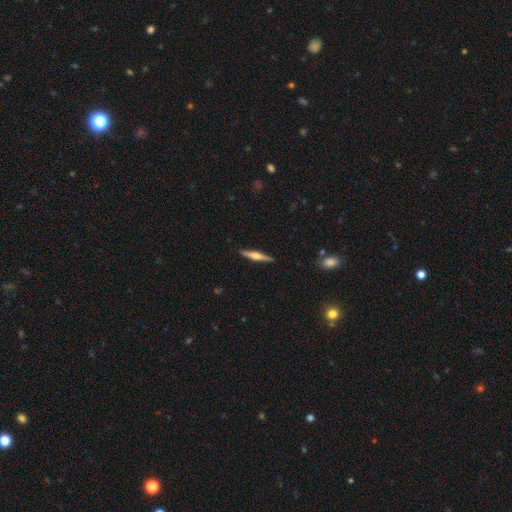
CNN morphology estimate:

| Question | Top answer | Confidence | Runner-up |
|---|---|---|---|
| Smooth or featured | featured or disk | 65% | smooth (29%) |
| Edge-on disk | yes | 98% | no (2%) |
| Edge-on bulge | rounded | 86% | boxy (10%) |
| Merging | none | 91% | minor disturbance (7%) |